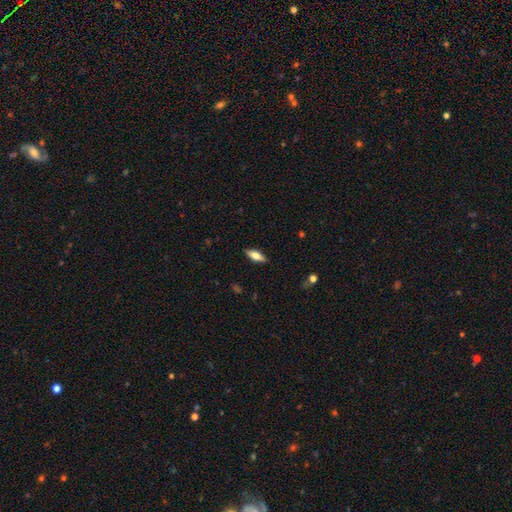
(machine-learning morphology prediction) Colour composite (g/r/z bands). It shows a smooth galaxy with no disk features (66%) that is in between round and cigar-shaped (68%). Merging: none (88%).